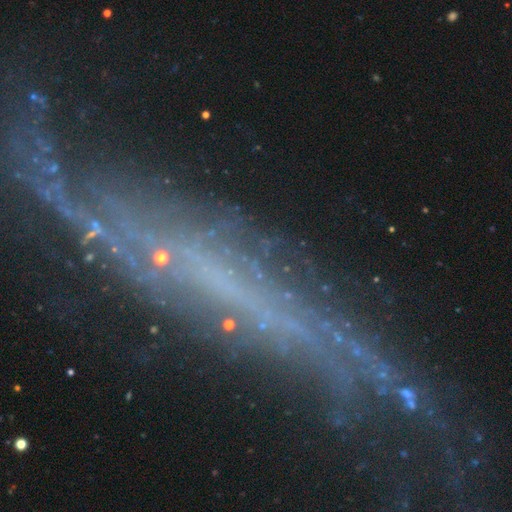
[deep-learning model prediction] Overall: featured or disk (59%; star or artifact 25%). Edge-on disk: yes (54%; no 46%). Merging: none (61%).